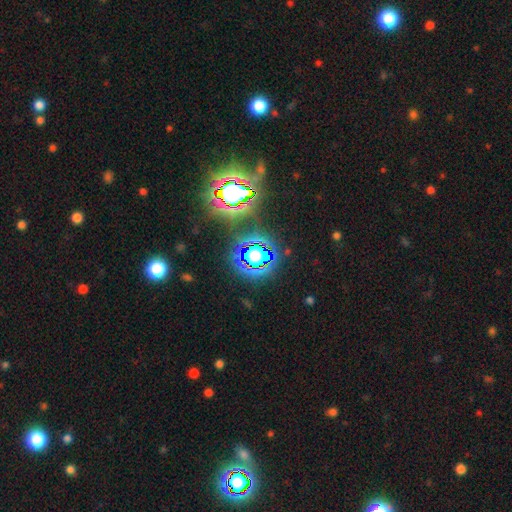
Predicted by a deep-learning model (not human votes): Smooth or featured: star or artifact — 69% (smooth — 18%)